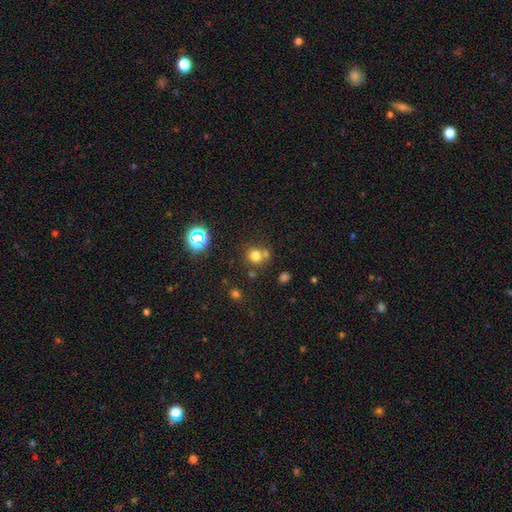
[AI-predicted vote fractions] Smooth or featured: smooth — 74% (star or artifact — 18%)
How rounded: round — 86% (in between — 14%)
Merging: none — 64% (merger — 22%)